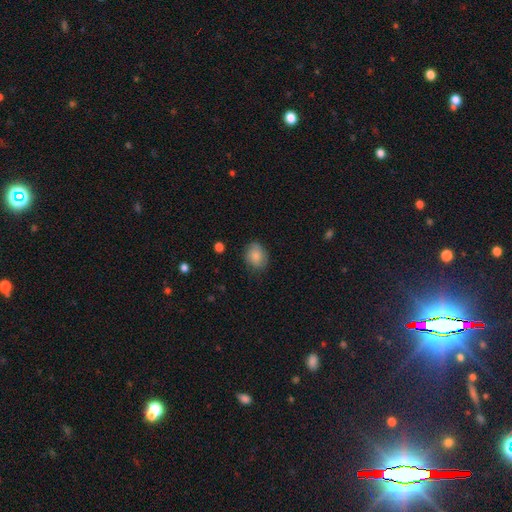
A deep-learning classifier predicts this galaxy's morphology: The model was most divided on "how rounded": in between: 50%, round: 49%, cigar-shaped: 1%. More confident: smooth or featured — smooth (82%); merging — none (77%).